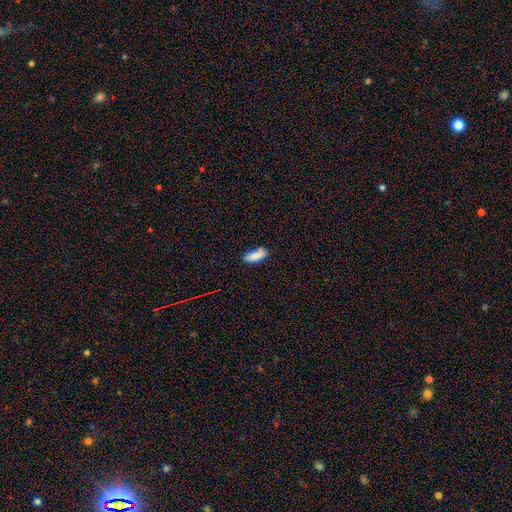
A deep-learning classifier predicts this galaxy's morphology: type=smooth (84%); roundness=in between (70%); merging=none (61%).